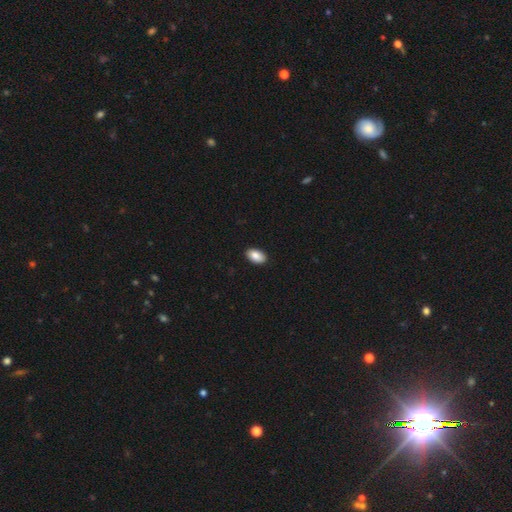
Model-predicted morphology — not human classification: smooth_or_featured: smooth (p=0.88) [alt: star or artifact p=0.07]
how_rounded: in between (p=0.94) [alt: round p=0.05]
merging: none (p=0.91) [alt: minor disturbance p=0.07]